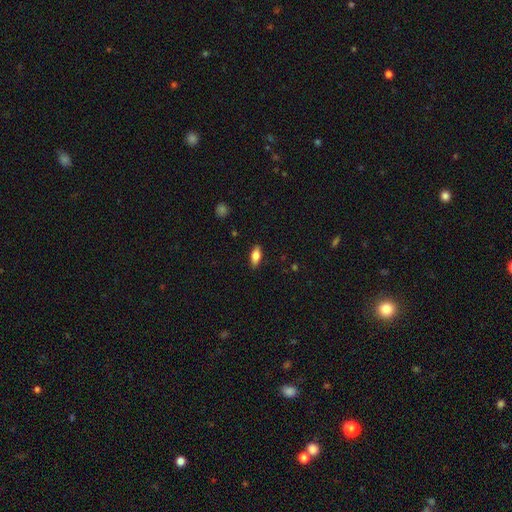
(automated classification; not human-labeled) Smooth or featured? Predicted: smooth (p=0.76). How rounded? Predicted: in between (p=0.82). Merging? Predicted: none (p=0.87).